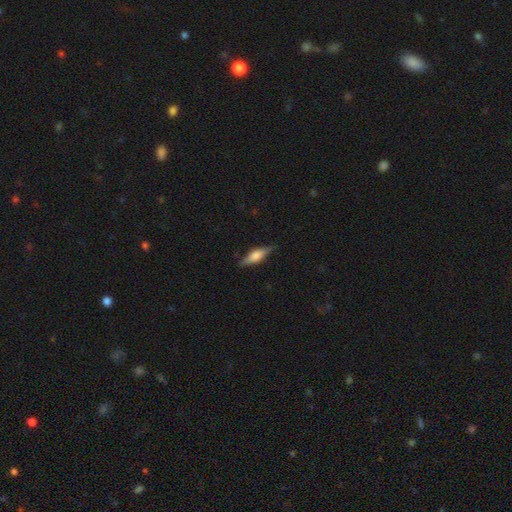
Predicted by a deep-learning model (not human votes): Smooth or featured?
  - smooth: 49% *
  - featured or disk: 44%
  - star or artifact: 7%
Merging?
  - none: 83% *
  - minor disturbance: 14%
  - major disturbance: 3%
  - merger: 1%